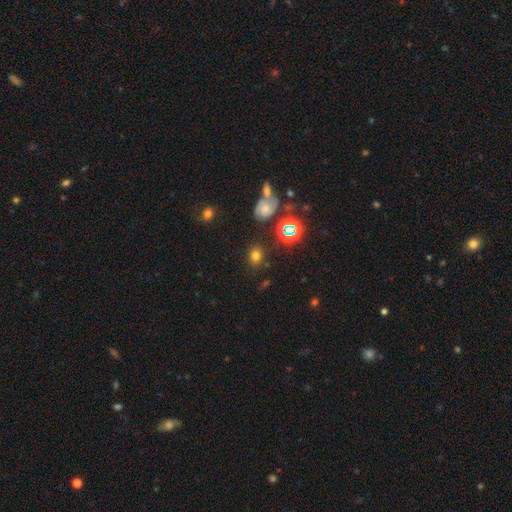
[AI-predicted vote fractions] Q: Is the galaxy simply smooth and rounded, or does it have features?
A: smooth — 67%.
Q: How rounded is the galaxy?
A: round — 69%.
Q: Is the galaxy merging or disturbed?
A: none — 81%.